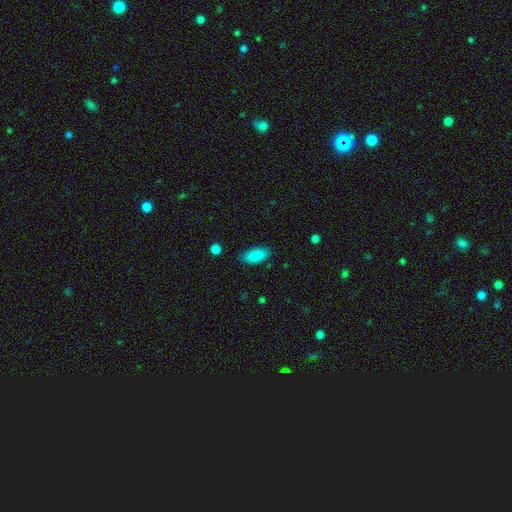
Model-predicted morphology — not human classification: This is clearly a smooth galaxy (88%). How rounded: clearly in between (87%). Merging: clearly none (85%).